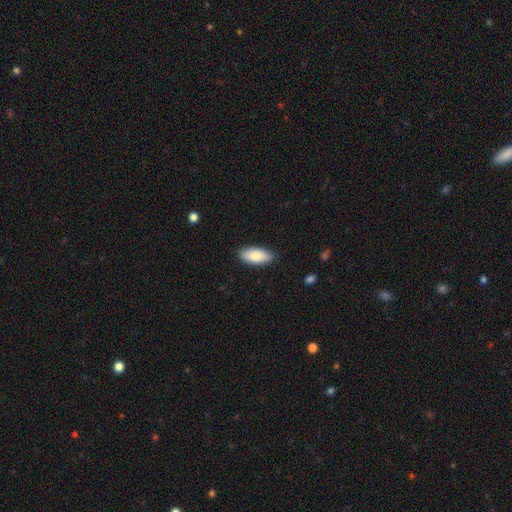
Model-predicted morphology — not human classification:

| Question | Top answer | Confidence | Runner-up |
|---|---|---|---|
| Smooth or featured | smooth | 83% | featured or disk (11%) |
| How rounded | in between | 89% | cigar-shaped (9%) |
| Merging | none | 87% | minor disturbance (10%) |